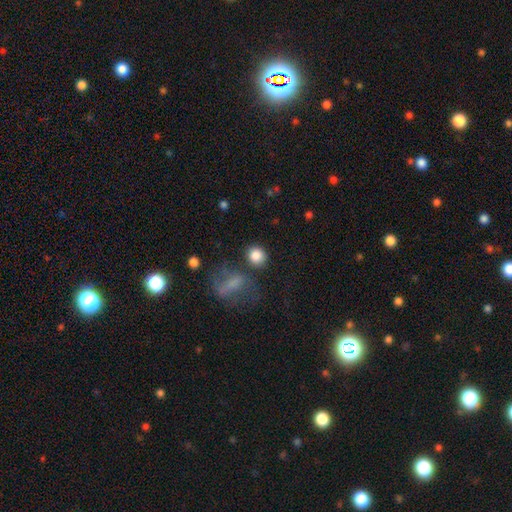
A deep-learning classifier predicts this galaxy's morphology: smooth_or_featured: smooth (p=0.84) [alt: star or artifact p=0.10]
how_rounded: round (p=0.81) [alt: in between p=0.18]
merging: none (p=0.75) [alt: minor disturbance p=0.11]